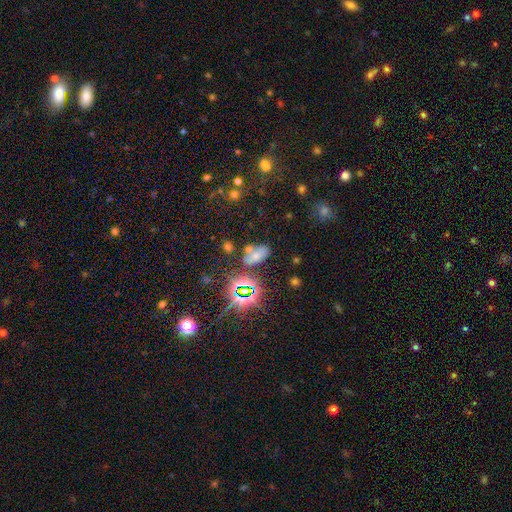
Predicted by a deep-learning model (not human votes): Overall: smooth (52%; star or artifact 33%). How rounded: in between (89%). Merging: none (56%; merger 19%).